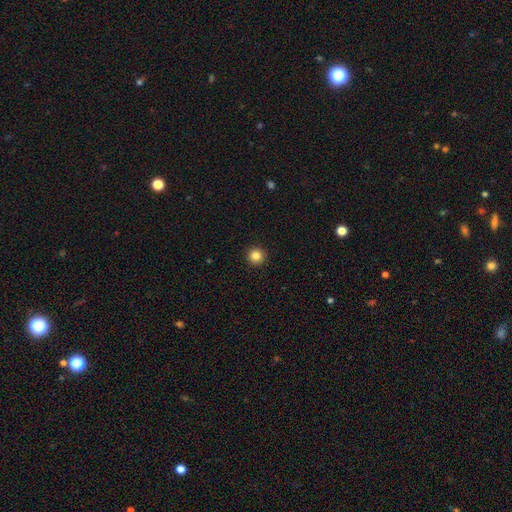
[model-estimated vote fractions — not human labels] This is clearly a smooth galaxy (84%). How rounded: clearly round (96%). Merging: clearly none (94%).